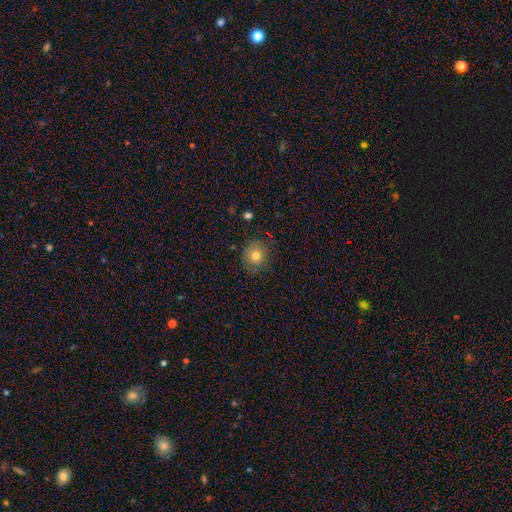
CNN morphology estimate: Q: Smooth or featured?
A: smooth (76%); runner-up: featured or disk (12%)
Q: How rounded?
A: round (83%); runner-up: in between (16%)
Q: Merging?
A: none (81%); runner-up: minor disturbance (14%)